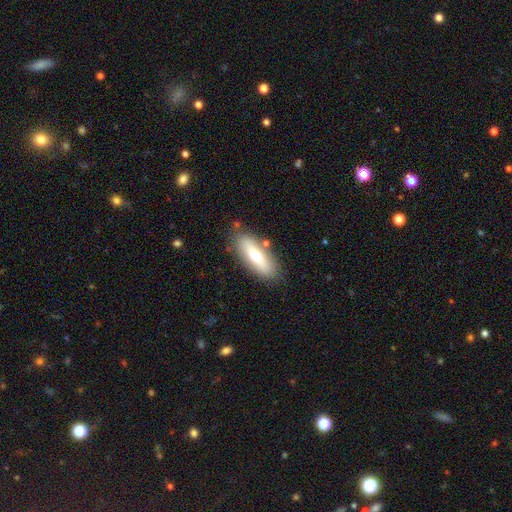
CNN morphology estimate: This is likely a smooth galaxy (69%). How rounded: possibly in between (60%). Merging: likely none (80%).